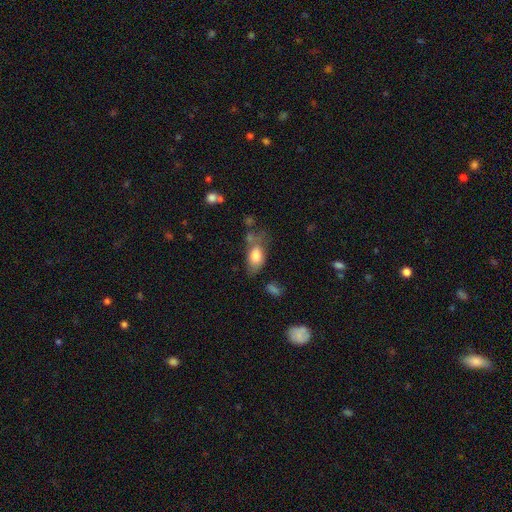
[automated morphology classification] A smooth galaxy with no disk features (78%) that is in between round and cigar-shaped (89%). Merging: none (43%).